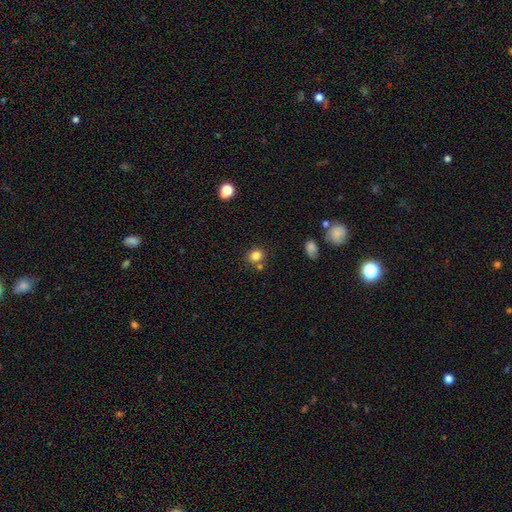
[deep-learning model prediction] A smooth galaxy with no disk features (81%) that is round (74%). Merging: none (69%).